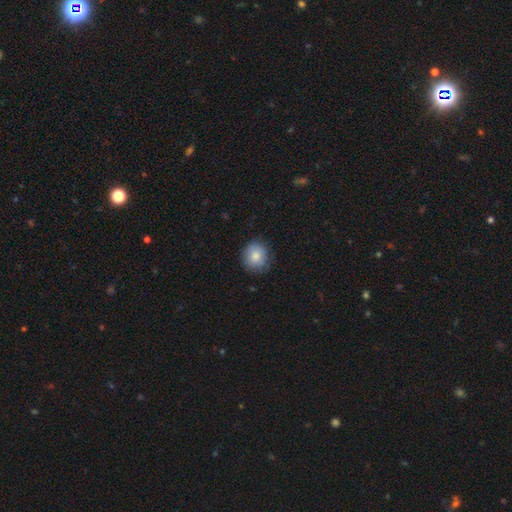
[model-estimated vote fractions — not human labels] Smooth or featured: smooth — 84% (featured or disk — 8%)
How rounded: round — 85% (in between — 14%)
Merging: none — 83% (minor disturbance — 13%)